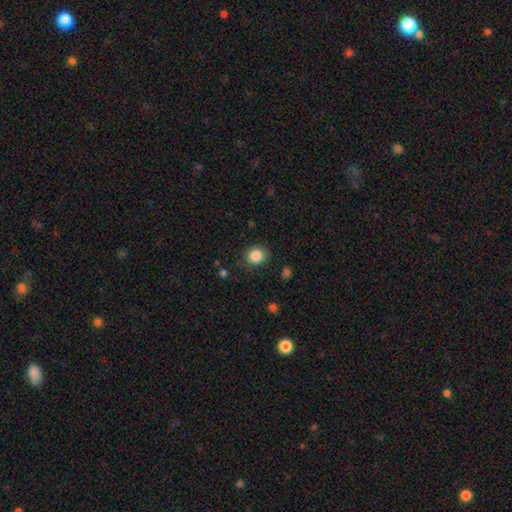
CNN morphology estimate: Smooth or featured?
  - smooth: 86% *
  - star or artifact: 10%
  - featured or disk: 4%
How rounded?
  - round: 81% *
  - in between: 18%
  - cigar-shaped: 1%
Merging?
  - none: 83% *
  - minor disturbance: 12%
  - major disturbance: 4%
  - merger: 1%